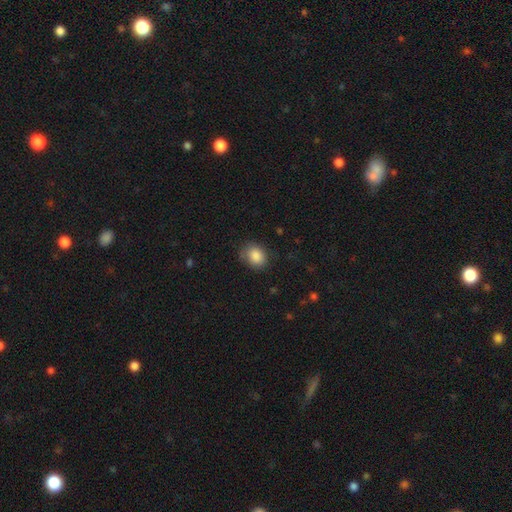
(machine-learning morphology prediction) Smooth or featured: smooth — 87% (star or artifact — 8%)
How rounded: in between — 54% (round — 45%)
Merging: none — 74% (minor disturbance — 19%)